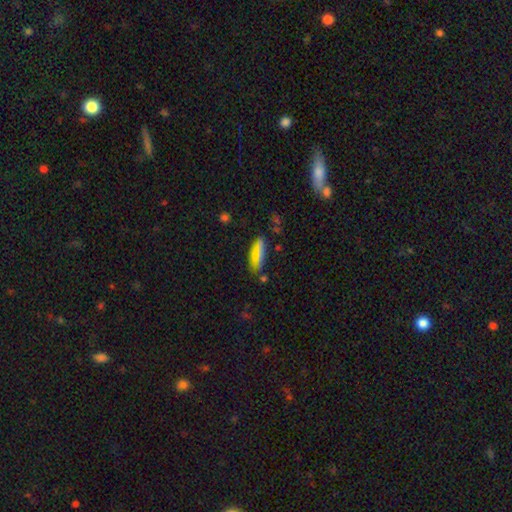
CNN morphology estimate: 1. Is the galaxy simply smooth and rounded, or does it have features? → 72% smooth, 17% star or artifact, 11% featured or disk.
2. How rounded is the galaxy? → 64% in between, 30% cigar-shaped, 5% round.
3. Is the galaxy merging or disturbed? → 76% none, 16% minor disturbance, 4% major disturbance, 4% merger.